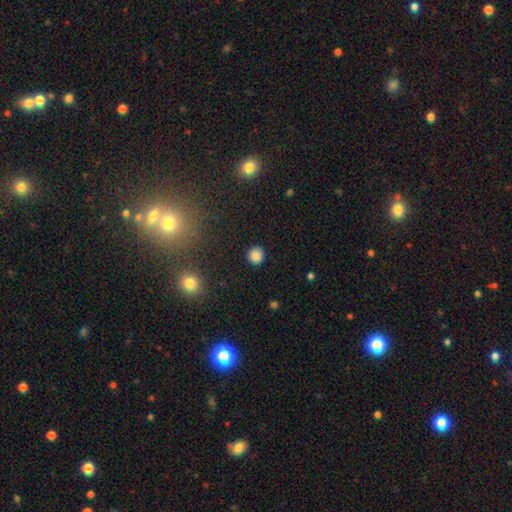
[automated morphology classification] This is clearly a smooth galaxy (86%). How rounded: clearly round (92%). Merging: clearly none (90%).